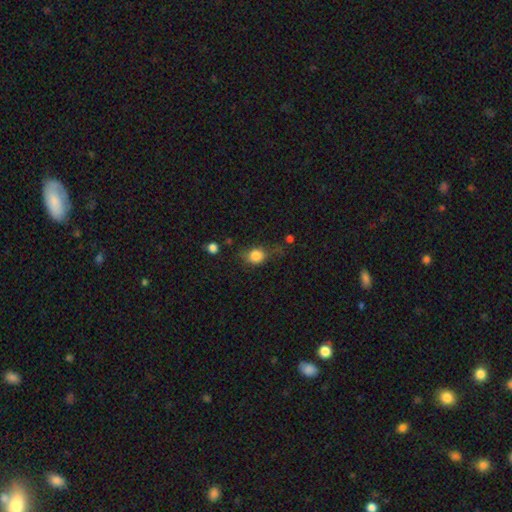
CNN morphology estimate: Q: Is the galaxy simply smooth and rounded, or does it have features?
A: smooth — 82%.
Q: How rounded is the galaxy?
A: round — 66%.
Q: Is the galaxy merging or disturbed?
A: none — 56%.